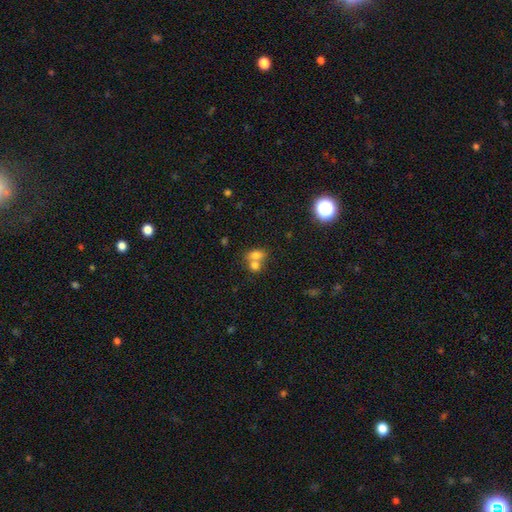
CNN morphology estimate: Q: Smooth or featured?
A: smooth (72%); runner-up: featured or disk (14%)
Q: How rounded?
A: in between (58%); runner-up: round (40%)
Q: Merging?
A: merger (61%); runner-up: none (29%)